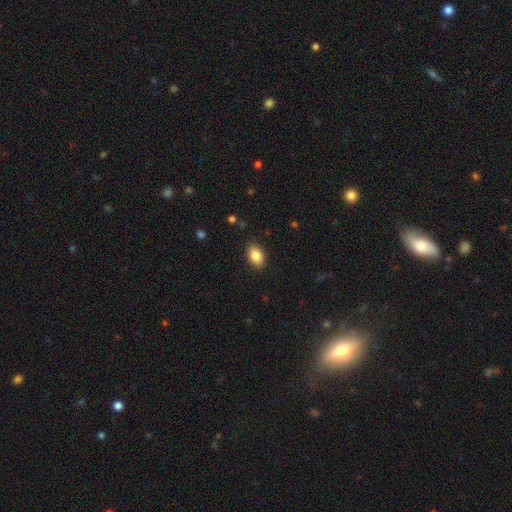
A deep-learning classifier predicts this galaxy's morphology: Q: Smooth or featured?
A: smooth (86%); runner-up: star or artifact (8%)
Q: How rounded?
A: in between (89%); runner-up: round (10%)
Q: Merging?
A: none (88%); runner-up: minor disturbance (9%)